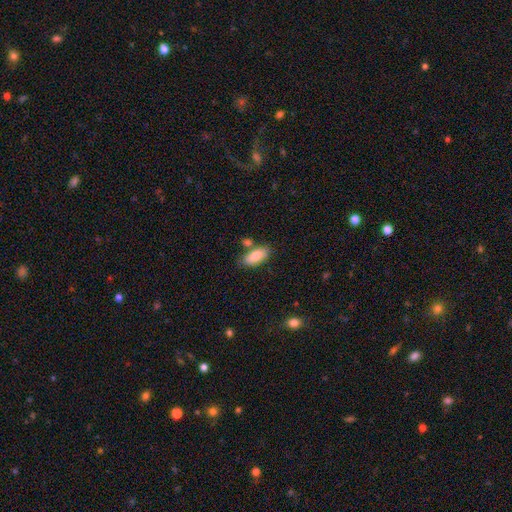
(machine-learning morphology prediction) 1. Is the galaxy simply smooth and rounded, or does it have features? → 82% smooth, 11% featured or disk, 6% star or artifact.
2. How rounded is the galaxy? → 87% in between, 11% cigar-shaped, 2% round.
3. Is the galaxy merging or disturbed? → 71% none, 13% minor disturbance, 12% merger, 3% major disturbance.